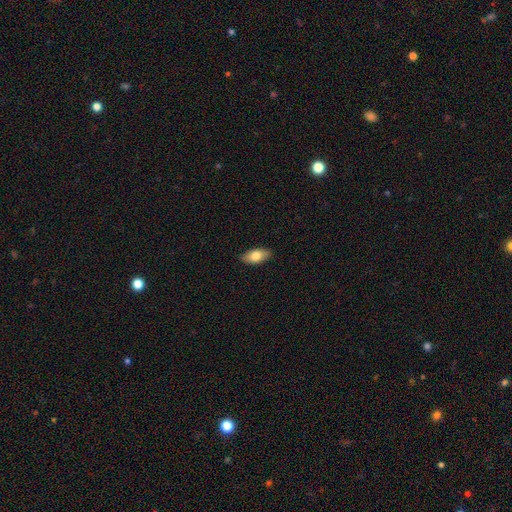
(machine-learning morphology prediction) smooth_or_featured: smooth (p=0.78) [alt: featured or disk p=0.16]
how_rounded: in between (p=0.90) [alt: cigar-shaped p=0.07]
merging: none (p=0.88) [alt: minor disturbance p=0.09]